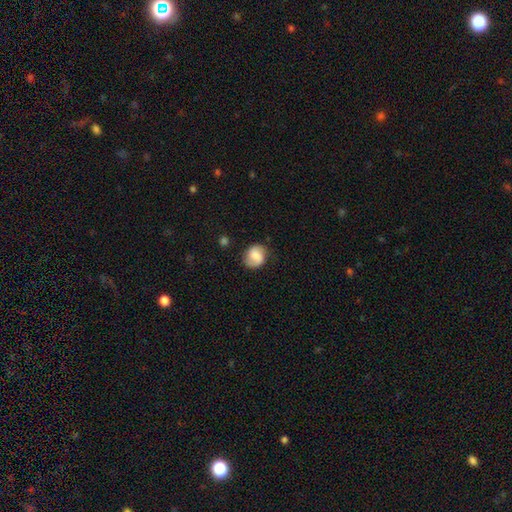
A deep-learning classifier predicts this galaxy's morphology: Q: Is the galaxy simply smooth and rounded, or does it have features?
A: smooth — 61%.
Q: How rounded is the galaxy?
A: round — 69%.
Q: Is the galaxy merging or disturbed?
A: none — 73%.